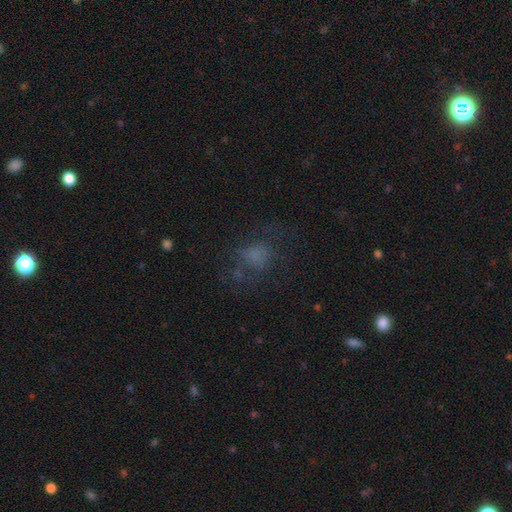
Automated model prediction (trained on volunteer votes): Smooth or featured?
  - smooth: 55% *
  - star or artifact: 23%
  - featured or disk: 22%
How rounded?
  - round: 62% *
  - in between: 36%
  - cigar-shaped: 2%
Merging?
  - none: 53% *
  - major disturbance: 25%
  - minor disturbance: 19%
  - merger: 3%